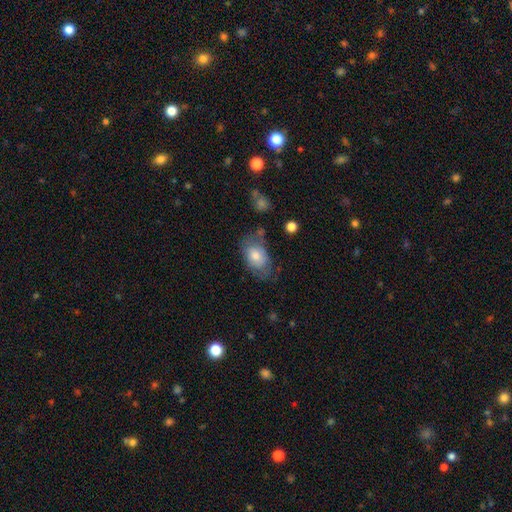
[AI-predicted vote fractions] smooth 66%, featured or disk 26%, star or artifact 8%. Down the decision tree: how rounded — in between (87%); merging — none (53%).